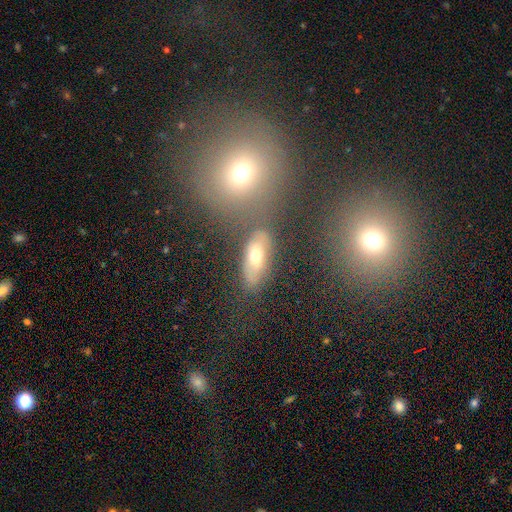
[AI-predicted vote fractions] This is possibly a smooth galaxy (58%). How rounded: likely in between (63%). Merging: likely none (69%).